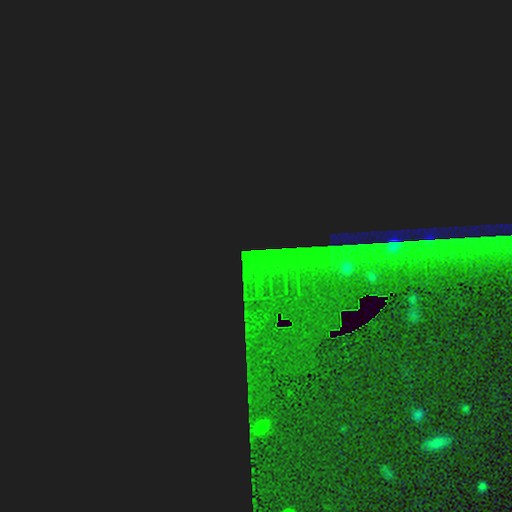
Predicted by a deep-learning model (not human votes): Overall: star or artifact (87%).